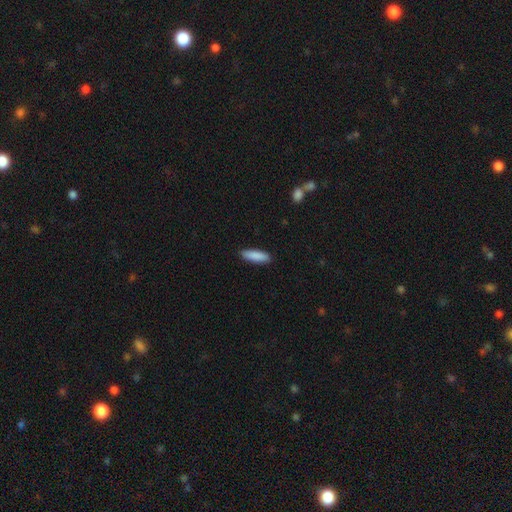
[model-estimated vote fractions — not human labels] smooth-or-featured: smooth: 89% | featured or disk: 6% | star or artifact: 5%
  how-rounded: cigar-shaped: 54% | in between: 45% | round: 1%
  merging: none: 89% | minor disturbance: 8% | major disturbance: 2% | merger: 1%